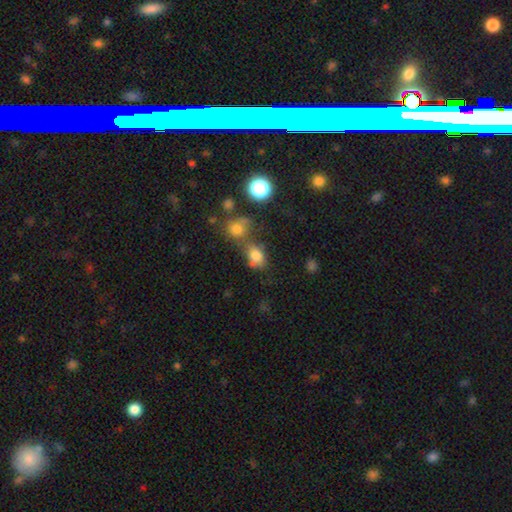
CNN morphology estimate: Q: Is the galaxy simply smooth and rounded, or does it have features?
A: smooth — 75%.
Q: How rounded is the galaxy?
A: in between — 66%.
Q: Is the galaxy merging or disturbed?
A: none — 46%.